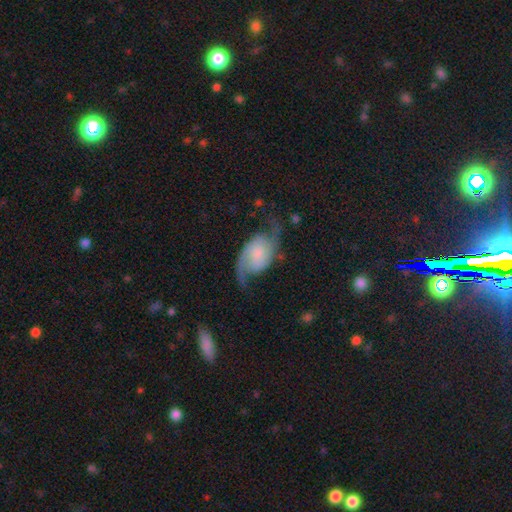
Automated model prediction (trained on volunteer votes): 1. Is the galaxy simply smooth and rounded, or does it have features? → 84% featured or disk, 10% smooth, 6% star or artifact.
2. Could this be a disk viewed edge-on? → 97% no, 3% yes.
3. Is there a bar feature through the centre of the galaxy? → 62% no, 30% weak, 7% strong.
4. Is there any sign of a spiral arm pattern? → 97% yes, 3% no.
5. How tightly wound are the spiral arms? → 59% loose, 32% medium, 9% tight.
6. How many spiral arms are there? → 93% 2, 2% 1, 2% can't tell, 1% 3, 1% 4, 1% more than 4.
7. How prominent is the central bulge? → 32% small, 25% none, 24% moderate, 14% large, 5% dominant.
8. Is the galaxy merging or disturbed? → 67% none, 19% minor disturbance, 12% major disturbance, 2% merger.